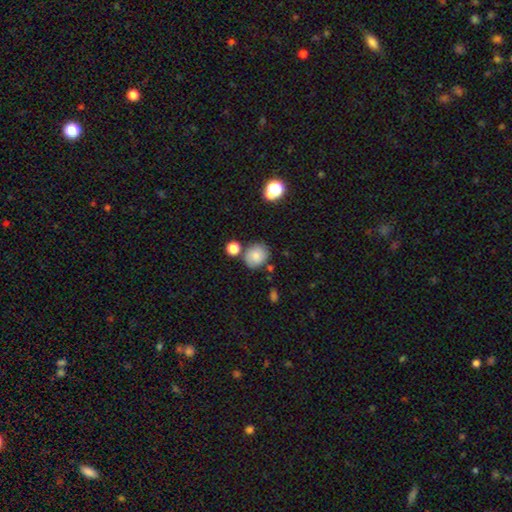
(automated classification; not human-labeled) smooth-or-featured: smooth: 81% | star or artifact: 10% | featured or disk: 10%
  how-rounded: round: 75% | in between: 24% | cigar-shaped: 1%
  merging: none: 71% | minor disturbance: 14% | merger: 11% | major disturbance: 4%